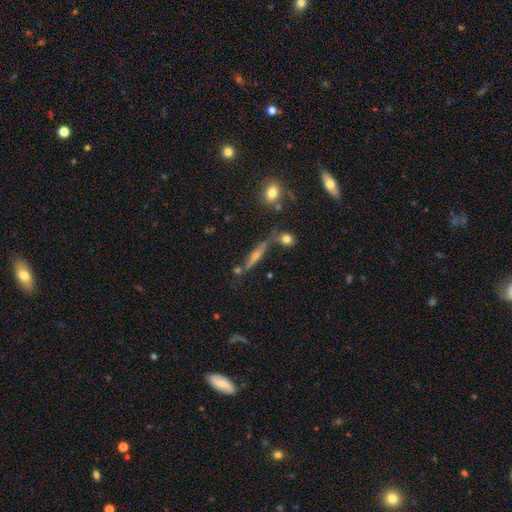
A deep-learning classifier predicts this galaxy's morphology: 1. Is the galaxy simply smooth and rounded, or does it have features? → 68% featured or disk, 22% smooth, 10% star or artifact.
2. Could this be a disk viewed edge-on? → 93% yes, 7% no.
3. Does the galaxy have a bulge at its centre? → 89% rounded, 7% none, 4% boxy.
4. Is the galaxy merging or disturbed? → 69% none, 14% minor disturbance, 12% merger, 5% major disturbance.